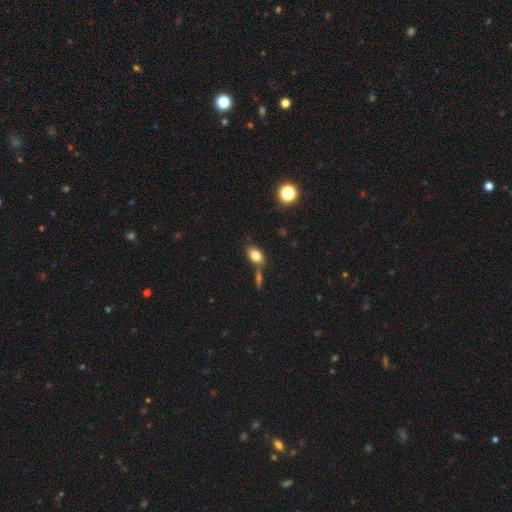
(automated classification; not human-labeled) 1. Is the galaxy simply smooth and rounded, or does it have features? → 79% smooth, 11% featured or disk, 10% star or artifact.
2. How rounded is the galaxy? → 84% in between, 14% round, 3% cigar-shaped.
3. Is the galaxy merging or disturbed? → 60% none, 22% merger, 14% minor disturbance, 4% major disturbance.